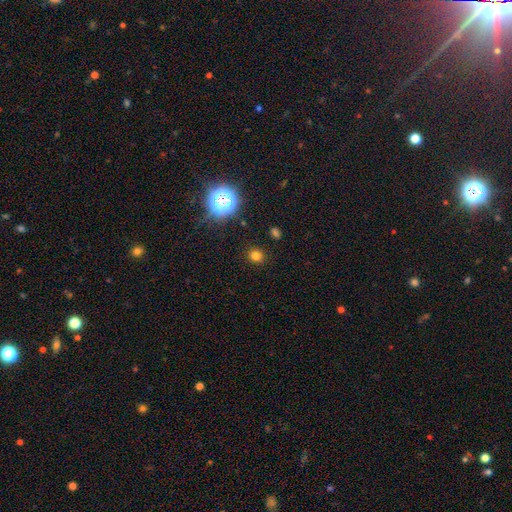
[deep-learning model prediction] Smooth or featured? Predicted: smooth (p=0.75). How rounded? Predicted: round (p=0.87). Merging? Predicted: none (p=0.90).